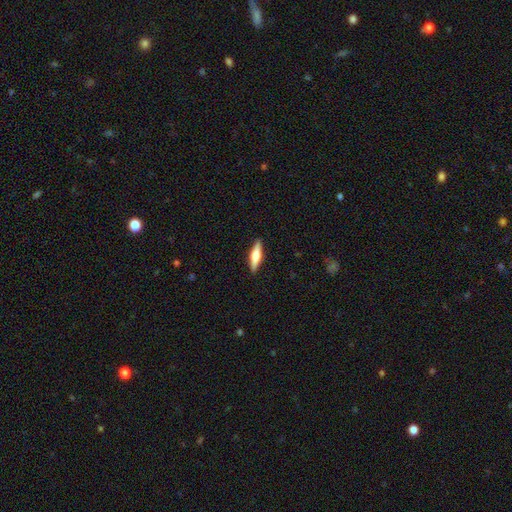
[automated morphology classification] This appears to be a featured or disk galaxy (48%). Merging: none (90%).